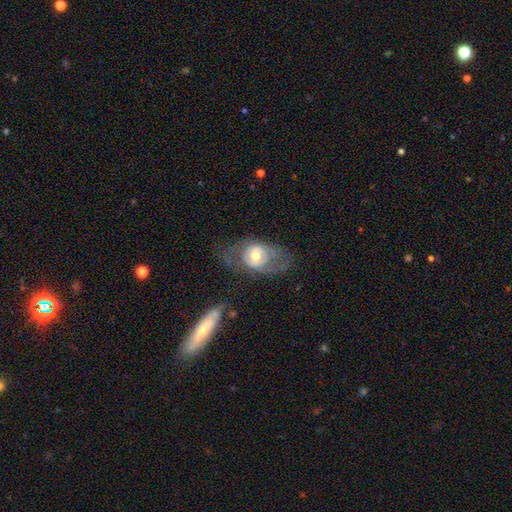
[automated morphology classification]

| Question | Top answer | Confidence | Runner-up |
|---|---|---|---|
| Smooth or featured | featured or disk | 59% | smooth (34%) |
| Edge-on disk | no | 93% | yes (7%) |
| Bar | no | 69% | weak (23%) |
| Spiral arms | no | 57% | yes (43%) |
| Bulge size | moderate | 71% | small (16%) |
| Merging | none | 48% | major disturbance (28%) |